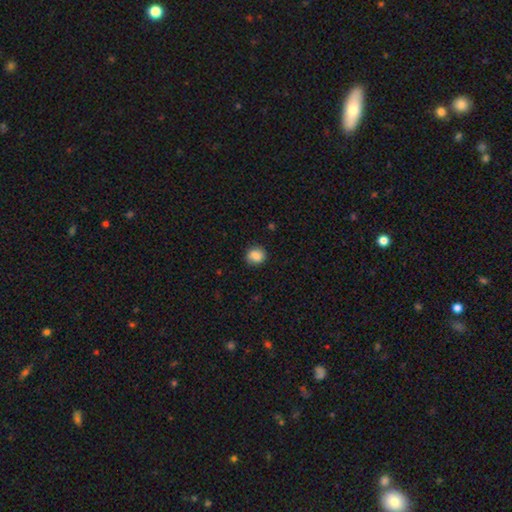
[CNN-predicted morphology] This appears to be a smooth galaxy with no disk features (87%) that is round (75%). Merging: none (86%).